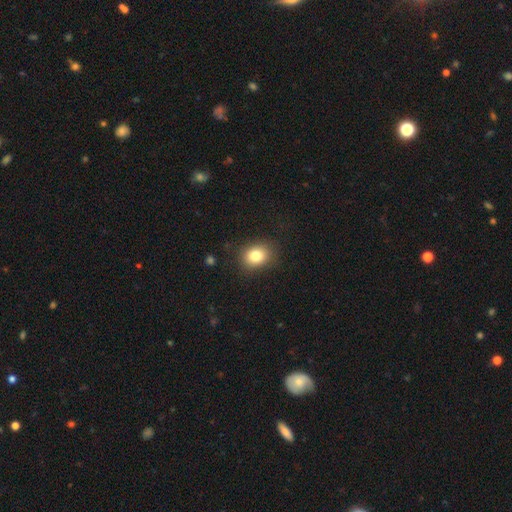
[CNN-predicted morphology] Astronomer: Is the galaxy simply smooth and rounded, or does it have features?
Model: smooth — 82%.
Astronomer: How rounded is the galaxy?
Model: round — 54% (runner-up: in between, 45%).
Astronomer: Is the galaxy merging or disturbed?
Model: none — 84%.